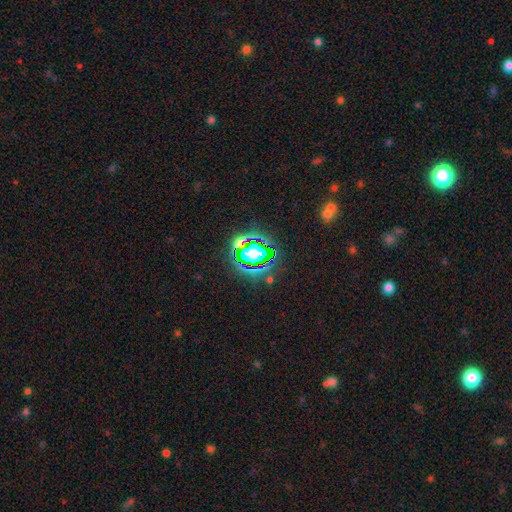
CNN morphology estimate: smooth-or-featured: star or artifact: 77% | smooth: 14% | featured or disk: 8%